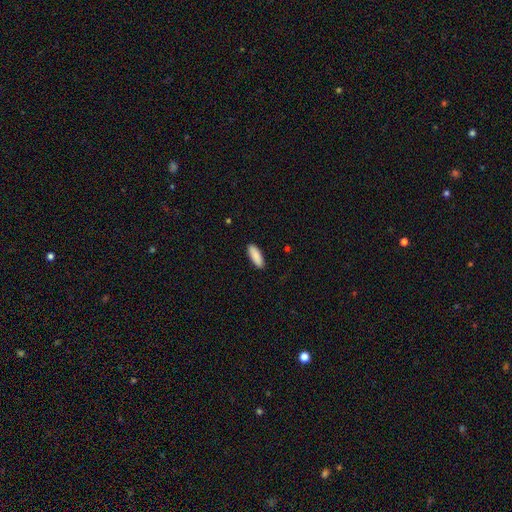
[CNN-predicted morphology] The model was most divided on "how rounded": in between: 67%, cigar-shaped: 31%, round: 2%. More confident: merging — none (90%); smooth or featured — smooth (90%).